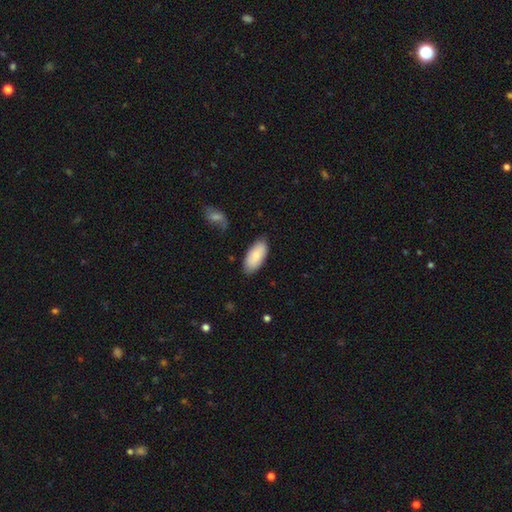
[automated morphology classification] Smooth or featured?
  - smooth: 85% *
  - featured or disk: 9%
  - star or artifact: 6%
How rounded?
  - in between: 91% *
  - cigar-shaped: 7%
  - round: 2%
Merging?
  - none: 81% *
  - minor disturbance: 14%
  - major disturbance: 3%
  - merger: 2%